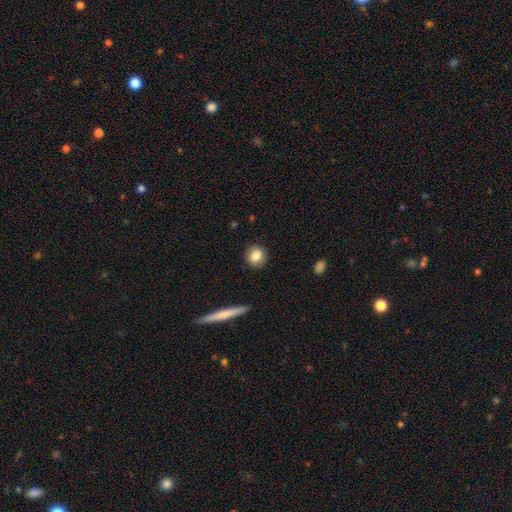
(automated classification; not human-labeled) Smooth or featured? smooth (83%)
How rounded? round (83%)
Merging? none (89%)